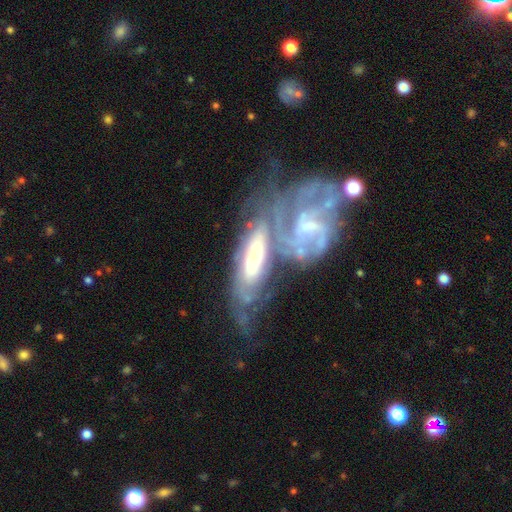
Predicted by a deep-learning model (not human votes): smooth_or_featured: featured or disk (p=0.78) [alt: smooth p=0.14]
disk_edge_on: no (p=0.84) [alt: yes p=0.16]
bar: no (p=0.55) [alt: weak p=0.29]
has_spiral_arms: yes (p=0.81) [alt: no p=0.19]
spiral_winding: tight (p=0.64) [alt: medium p=0.26]
spiral_arm_count: can't tell (p=0.56) [alt: 2 p=0.21]
bulge_size: small (p=0.42) [alt: moderate p=0.37]
merging: merger (p=0.62) [alt: none p=0.20]